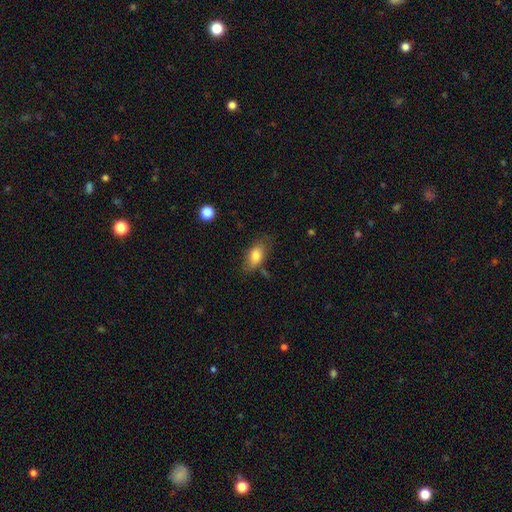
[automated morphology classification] Q: Smooth or featured?
A: smooth (79%); runner-up: featured or disk (13%)
Q: How rounded?
A: in between (87%); runner-up: round (8%)
Q: Merging?
A: none (69%); runner-up: minor disturbance (21%)